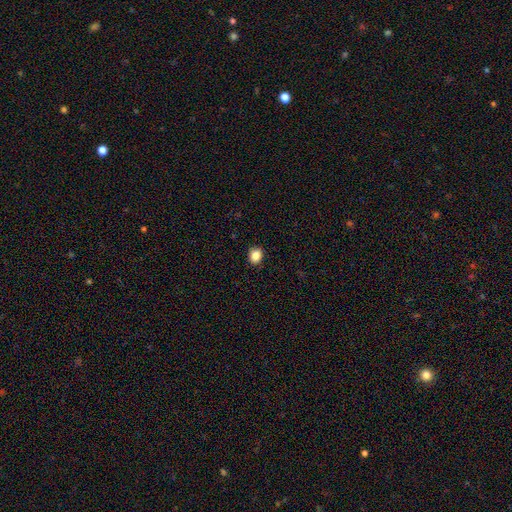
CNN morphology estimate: type=smooth (86%); roundness=round (57%); merging=none (90%).